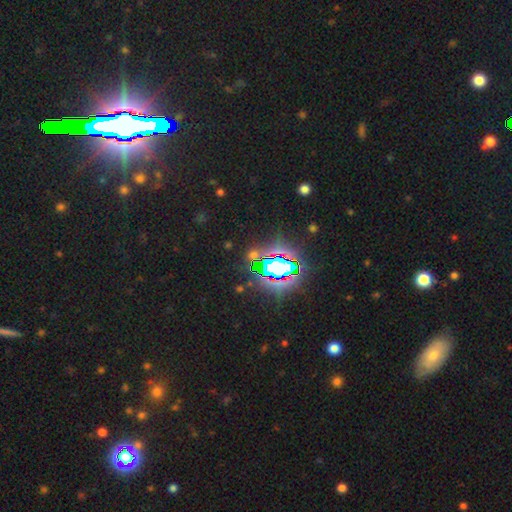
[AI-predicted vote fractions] smooth-or-featured: star or artifact: 77% | smooth: 14% | featured or disk: 9%